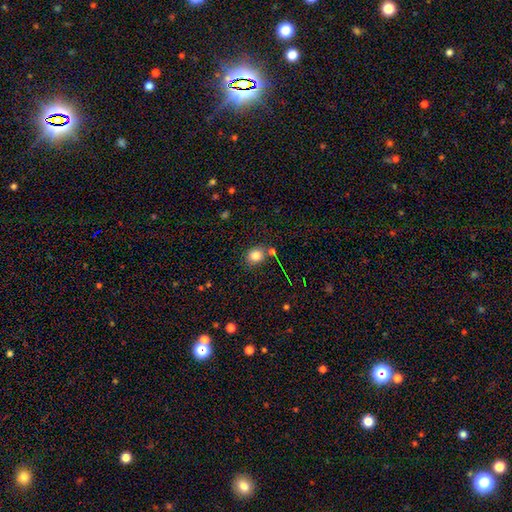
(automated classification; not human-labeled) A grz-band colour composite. It shows a smooth galaxy with no disk features (81%) that is round (64%). Merging: none (72%).